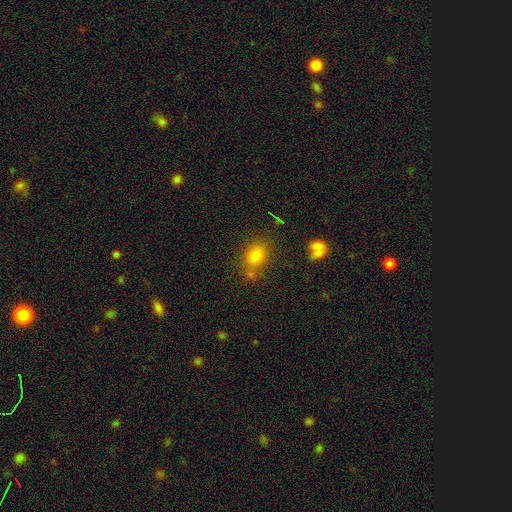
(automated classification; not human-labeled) Smooth or featured? smooth (75%)
How rounded? in between (55%)
Merging? none (70%)